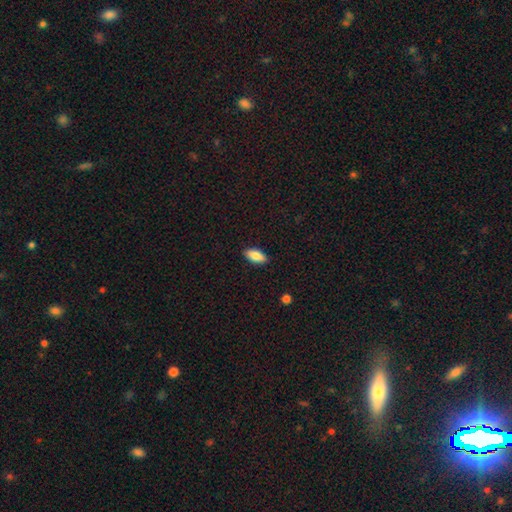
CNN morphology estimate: Smooth or featured? smooth (85%)
How rounded? in between (88%)
Merging? none (88%)